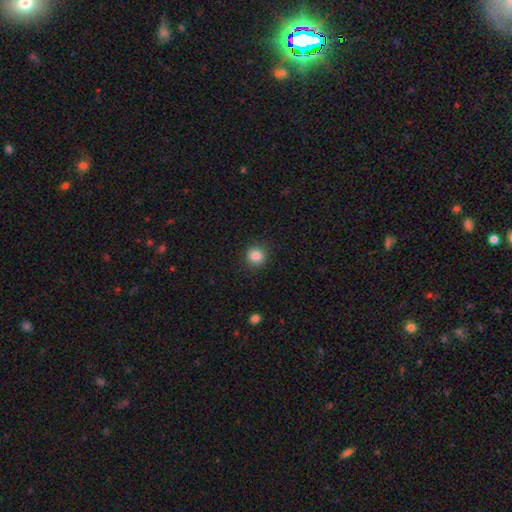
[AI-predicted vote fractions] Smooth or featured? Predicted: smooth (p=0.85). How rounded? Predicted: round (p=0.91). Merging? Predicted: none (p=0.90).